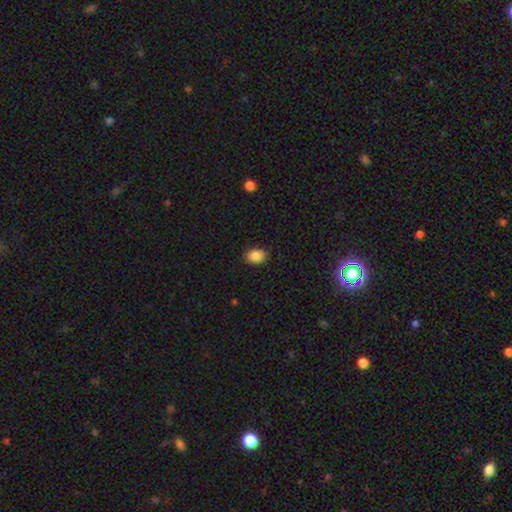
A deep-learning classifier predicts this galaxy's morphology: A smooth galaxy with no disk features (88%) that is in between round and cigar-shaped (79%). Merging: none (87%).